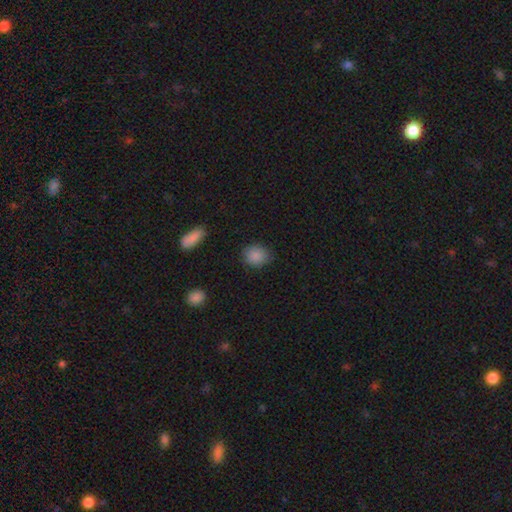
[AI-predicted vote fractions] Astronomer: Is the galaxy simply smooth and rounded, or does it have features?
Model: smooth — 87%.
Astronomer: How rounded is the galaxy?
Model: round — 75%.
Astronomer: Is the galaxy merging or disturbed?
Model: none — 85%.